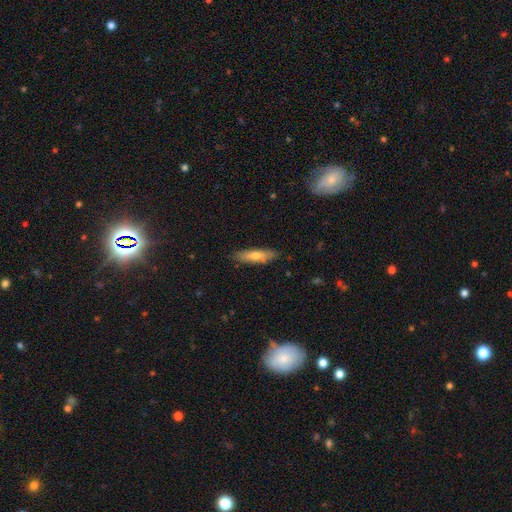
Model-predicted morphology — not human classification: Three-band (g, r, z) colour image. It shows a smooth galaxy with no disk features (60%) that is cigar-shaped (71%). Merging: none (83%).